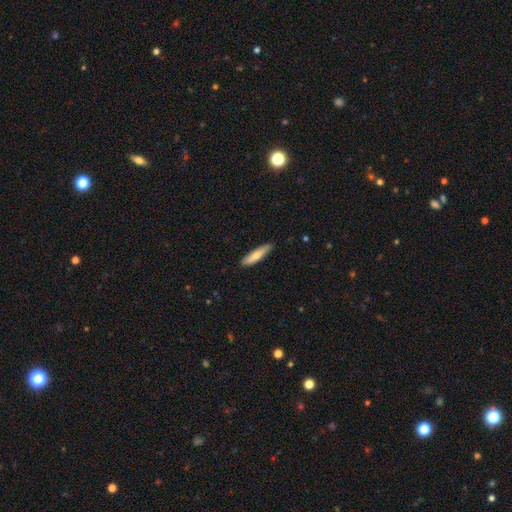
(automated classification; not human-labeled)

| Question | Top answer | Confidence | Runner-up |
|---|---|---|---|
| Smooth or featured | smooth | 69% | featured or disk (25%) |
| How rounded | cigar-shaped | 80% | in between (19%) |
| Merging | none | 86% | minor disturbance (11%) |